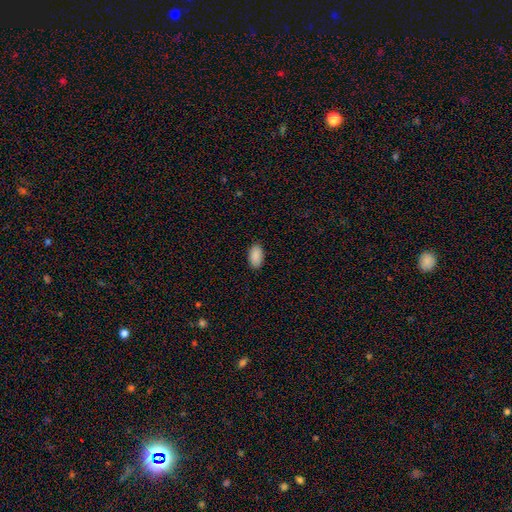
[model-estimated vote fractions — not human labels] Smooth or featured? smooth (90%)
How rounded? in between (95%)
Merging? none (88%)